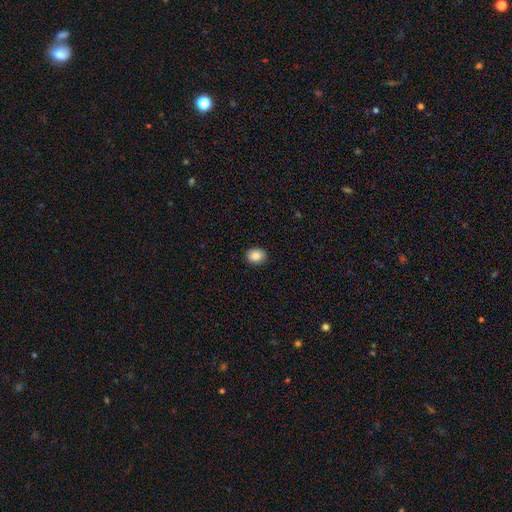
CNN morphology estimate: This appears to be a smooth galaxy with no disk features (86%) that is round (60%). Merging: none (91%).